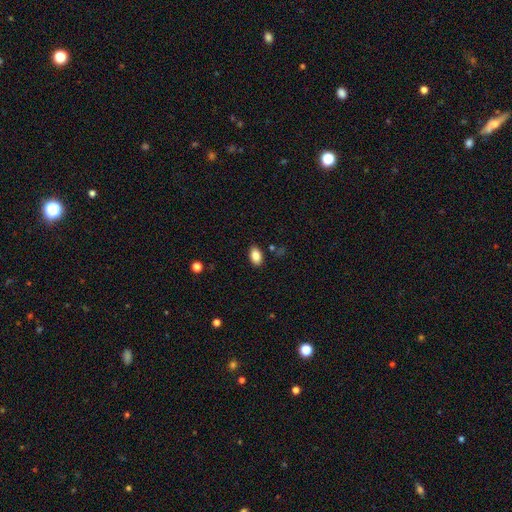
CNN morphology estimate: Smooth or featured: smooth — 86% (star or artifact — 8%)
How rounded: in between — 90% (round — 8%)
Merging: none — 87% (minor disturbance — 9%)